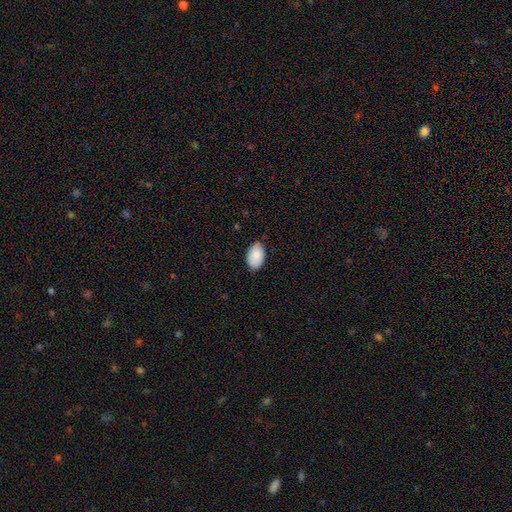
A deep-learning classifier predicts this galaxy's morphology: This appears to be a smooth galaxy with no disk features (87%) that is in between round and cigar-shaped (93%). Merging: none (80%).